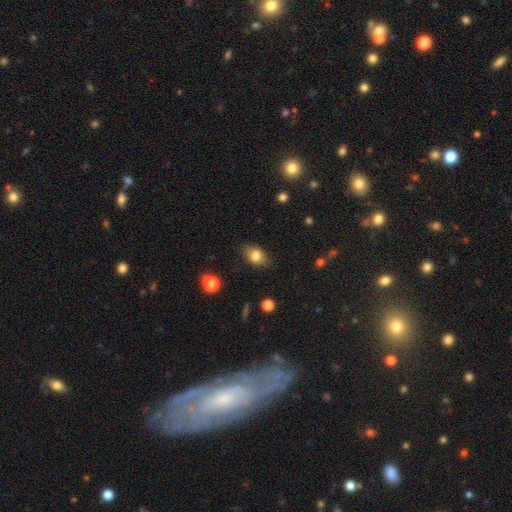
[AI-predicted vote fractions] Smooth or featured?
  - smooth: 81% *
  - featured or disk: 10%
  - star or artifact: 9%
How rounded?
  - in between: 81% *
  - round: 18%
  - cigar-shaped: 2%
Merging?
  - none: 82% *
  - minor disturbance: 14%
  - major disturbance: 3%
  - merger: 1%